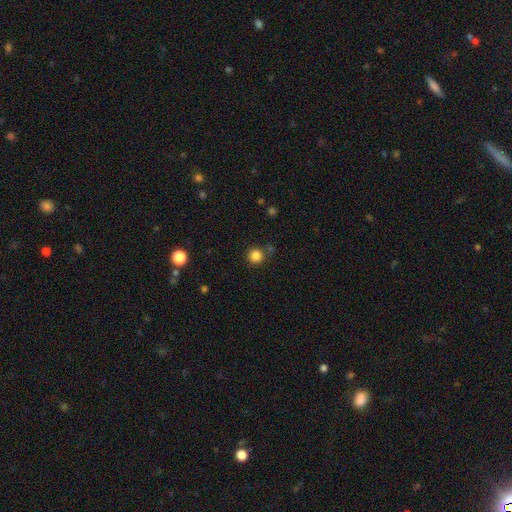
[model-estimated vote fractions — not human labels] smooth 84%, star or artifact 12%, featured or disk 4%. Down the decision tree: how rounded — round (95%); merging — none (84%).